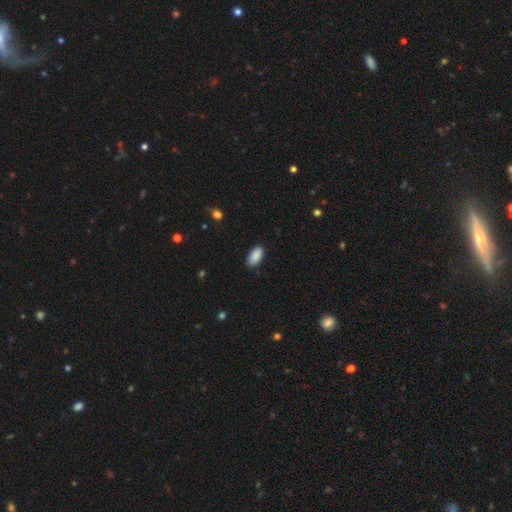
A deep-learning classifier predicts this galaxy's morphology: The model was most divided on "merging": none: 87%, minor disturbance: 10%, major disturbance: 2%, merger: 1%. More confident: how rounded — in between (94%); smooth or featured — smooth (90%).